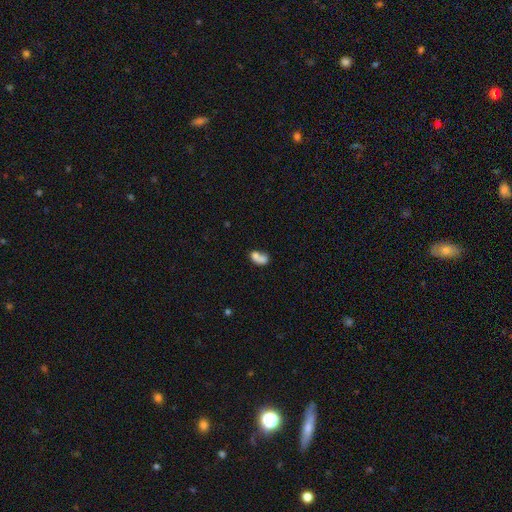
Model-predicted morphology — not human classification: Smooth or featured? smooth (71%)
How rounded? in between (77%)
Merging? merger (56%)